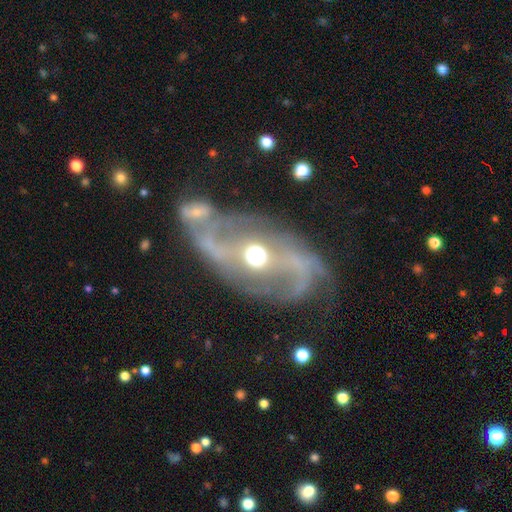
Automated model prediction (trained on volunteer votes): This is clearly a featured or disk galaxy (83%). It is clearly not viewed edge-on (94%). Bar: possibly no (54%). Spiral arm pattern: likely yes (75%). Spiral arm count: likely 2 (66%). Spiral winding: marginally loose (44%). Central bulge: likely moderate (63%). Merging: marginally none (40%).